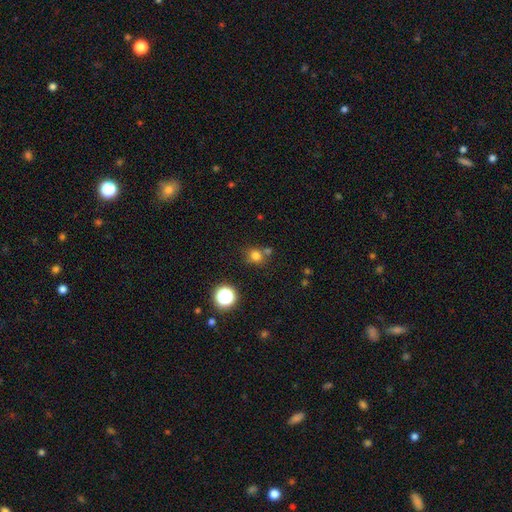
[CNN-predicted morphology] A smooth galaxy with no disk features (75%) that is round (84%). Merging: none (65%).